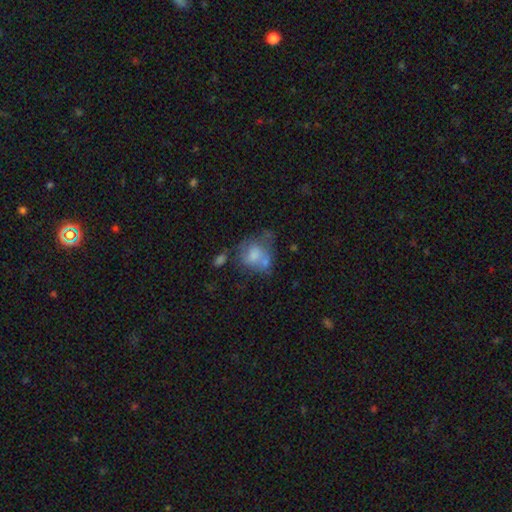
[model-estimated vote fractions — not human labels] This appears to be a smooth galaxy with no disk features (63%) that is round (55%). Merging: none (31%).